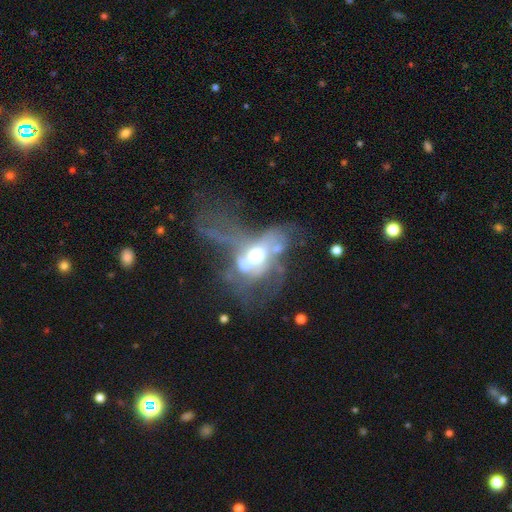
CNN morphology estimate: featured or disk 62%, smooth 26%, star or artifact 13%. Down the decision tree: edge-on disk — no (92%); bar — no (76%); spiral arms — no (70%); bulge size — moderate (64%); merging — major disturbance (58%).